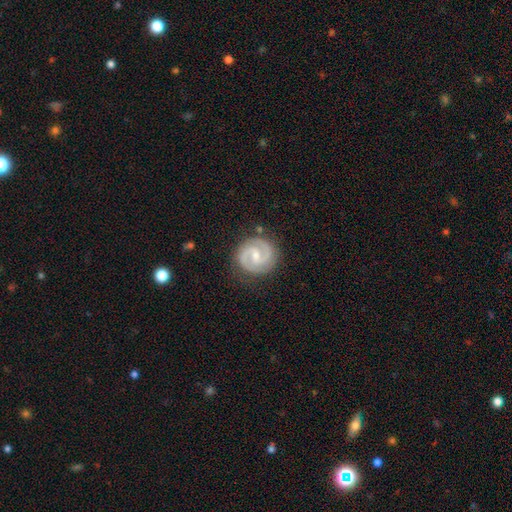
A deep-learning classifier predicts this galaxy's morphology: Smooth or featured? featured or disk (90%)
Edge-on disk? no (98%)
Bar? weak (53%)
Spiral arms? yes (98%)
Spiral winding? tight (50%)
Spiral arm count? 2 (93%)
Bulge size? small (53%)
Merging? none (84%)